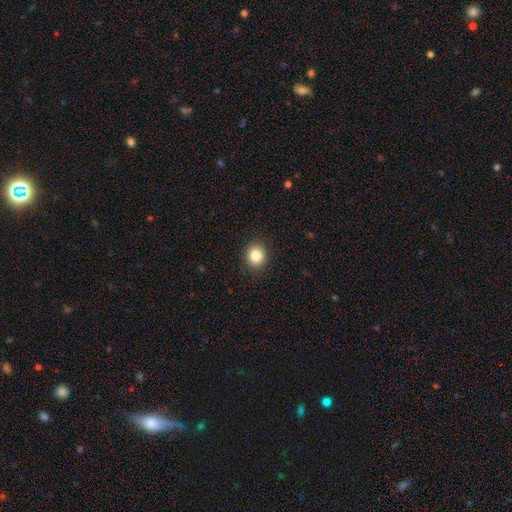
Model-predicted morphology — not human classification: Smooth or featured? smooth (84%)
How rounded? round (82%)
Merging? none (91%)